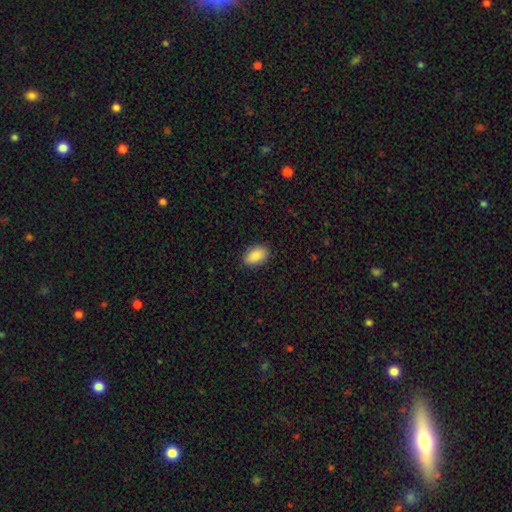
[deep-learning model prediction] Overall: smooth (88%). How rounded: in between (92%). Merging: none (86%).